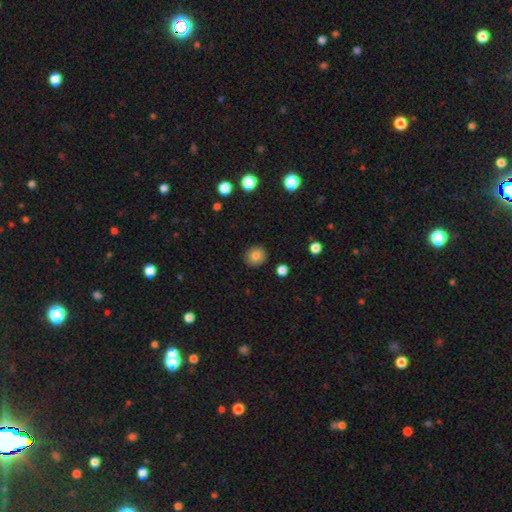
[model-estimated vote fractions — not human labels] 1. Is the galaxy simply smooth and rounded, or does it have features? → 81% smooth, 10% star or artifact, 9% featured or disk.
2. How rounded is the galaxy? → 86% round, 13% in between, 1% cigar-shaped.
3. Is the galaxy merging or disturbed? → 89% none, 7% minor disturbance, 2% major disturbance, 1% merger.